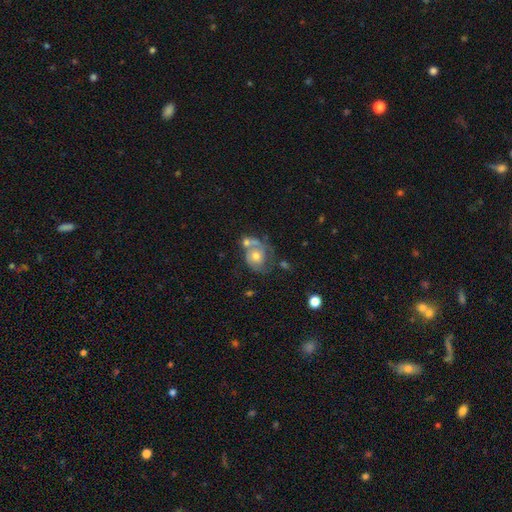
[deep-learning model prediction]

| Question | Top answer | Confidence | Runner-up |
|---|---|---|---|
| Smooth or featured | featured or disk | 58% | smooth (33%) |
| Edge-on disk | no | 97% | yes (3%) |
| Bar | no | 84% | weak (14%) |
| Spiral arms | yes | 65% | no (35%) |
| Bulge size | moderate | 69% | small (19%) |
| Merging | none | 35% | merger (31%) |